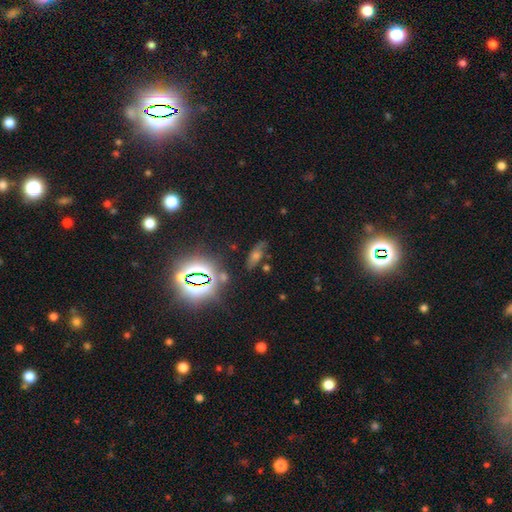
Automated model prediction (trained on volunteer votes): Q: Smooth or featured?
A: star or artifact (44%); runner-up: smooth (34%)